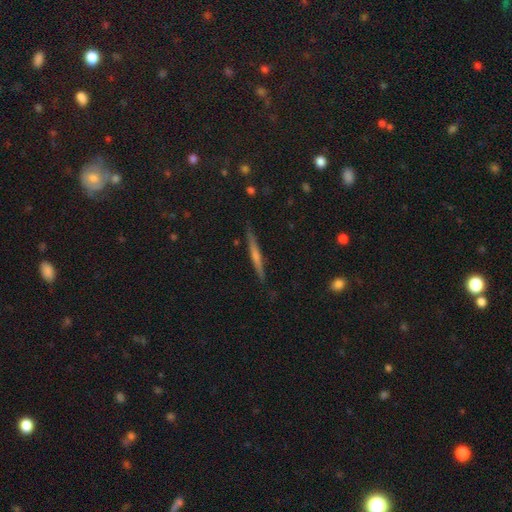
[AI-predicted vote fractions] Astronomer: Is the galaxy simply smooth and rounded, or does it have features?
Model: featured or disk — 58% (runner-up: smooth, 34%).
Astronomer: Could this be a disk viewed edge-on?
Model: yes — 97%.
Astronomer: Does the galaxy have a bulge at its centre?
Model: rounded — 49% (runner-up: none, 40%).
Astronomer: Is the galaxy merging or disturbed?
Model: none — 90%.